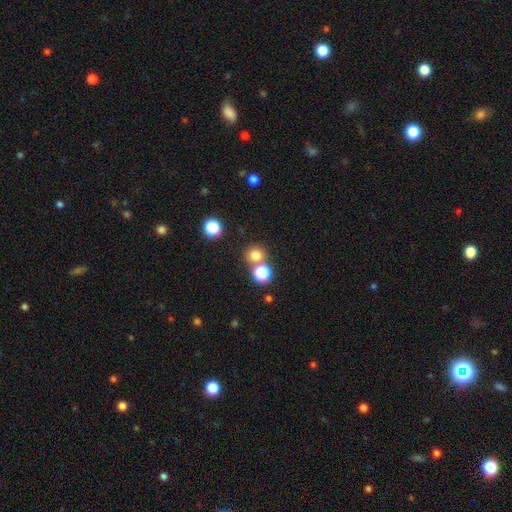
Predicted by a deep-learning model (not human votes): This is likely a smooth galaxy (74%). How rounded: clearly round (87%). Merging: likely none (67%).